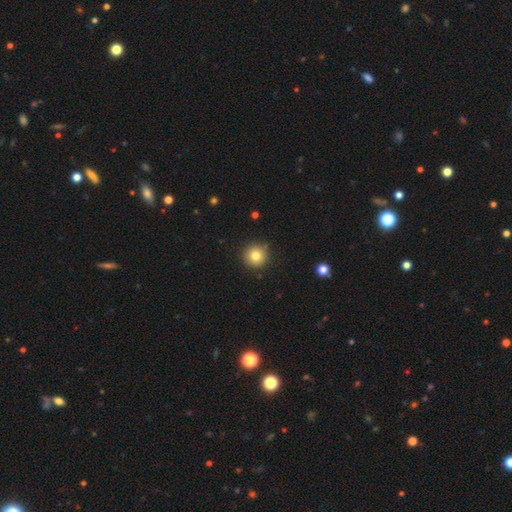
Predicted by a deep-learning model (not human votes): Smooth or featured? smooth (81%)
How rounded? round (95%)
Merging? none (90%)